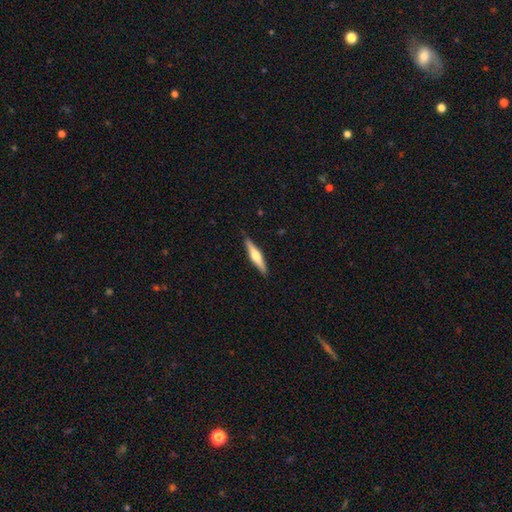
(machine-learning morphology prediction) smooth-or-featured: featured or disk: 61% | smooth: 34% | star or artifact: 5%
  disk-edge-on: yes: 97% | no: 3%
    edge-on-bulge: rounded: 91% | boxy: 5% | none: 4%
  merging: none: 90% | minor disturbance: 7% | major disturbance: 1% | merger: 1%